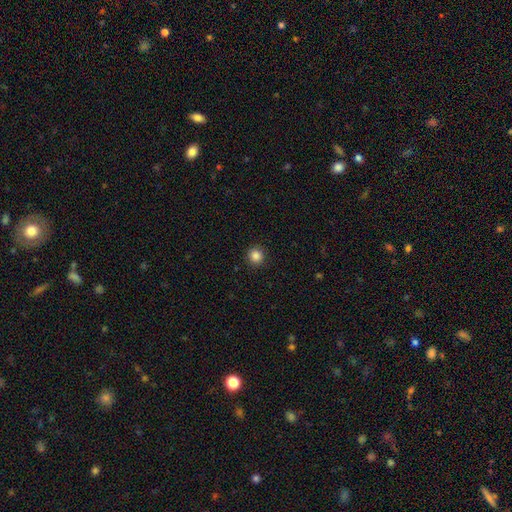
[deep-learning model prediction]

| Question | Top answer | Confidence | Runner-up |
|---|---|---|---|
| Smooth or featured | smooth | 85% | star or artifact (11%) |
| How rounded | round | 93% | in between (6%) |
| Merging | none | 92% | minor disturbance (5%) |